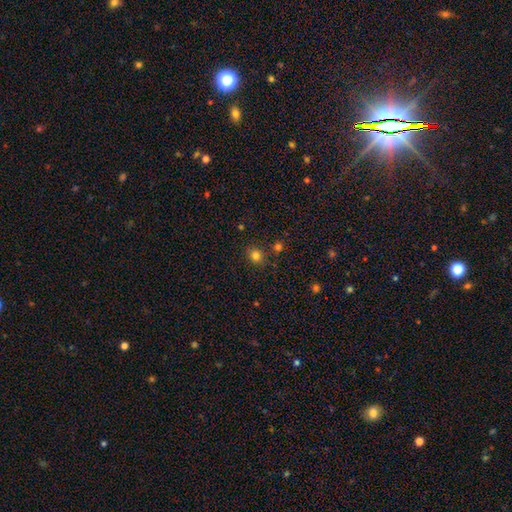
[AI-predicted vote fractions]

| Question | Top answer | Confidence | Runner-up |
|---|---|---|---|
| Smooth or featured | smooth | 79% | star or artifact (15%) |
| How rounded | round | 73% | in between (26%) |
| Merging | none | 80% | minor disturbance (11%) |